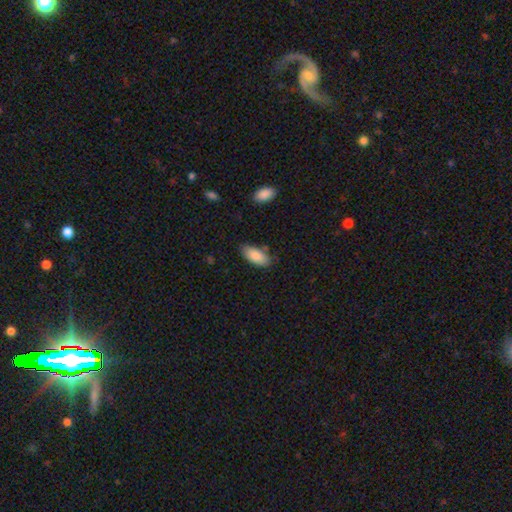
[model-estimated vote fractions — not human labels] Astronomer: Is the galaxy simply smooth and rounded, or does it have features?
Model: smooth — 86%.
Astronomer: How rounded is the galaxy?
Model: in between — 90%.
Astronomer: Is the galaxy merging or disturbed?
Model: none — 77%.